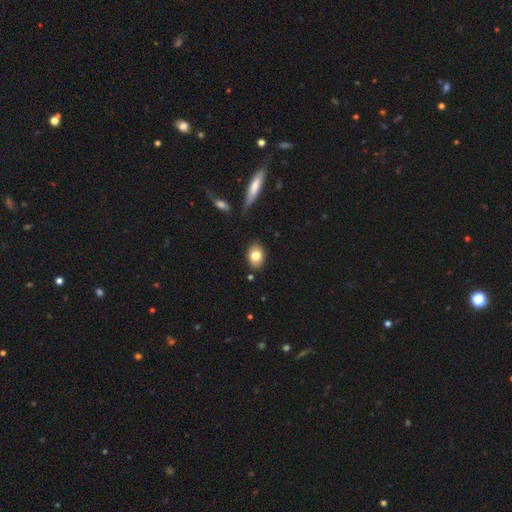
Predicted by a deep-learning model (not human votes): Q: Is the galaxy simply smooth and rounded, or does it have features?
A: smooth — 79%.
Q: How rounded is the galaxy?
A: in between — 73%.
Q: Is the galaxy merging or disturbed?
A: none — 85%.